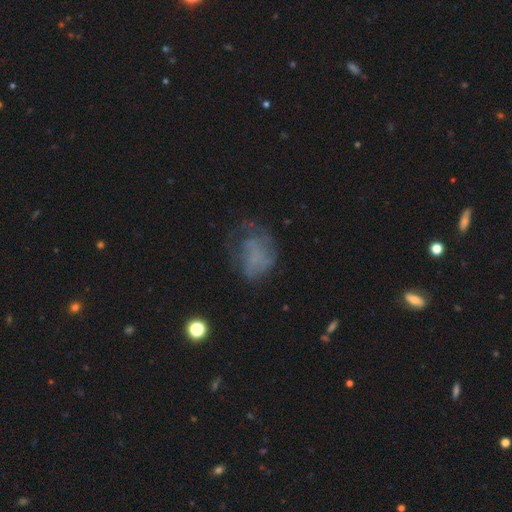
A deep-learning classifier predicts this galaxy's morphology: Smooth or featured? featured or disk (46%)
Merging? none (39%)